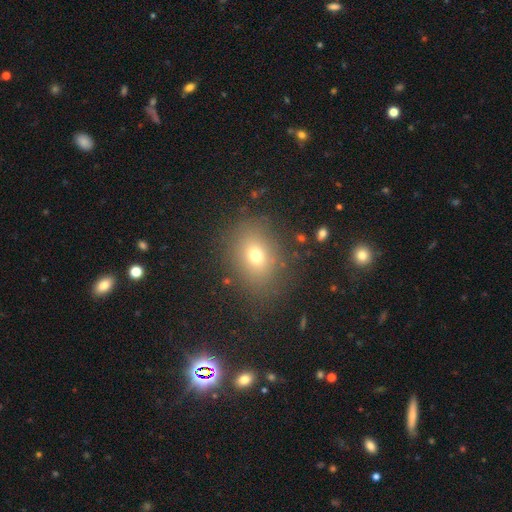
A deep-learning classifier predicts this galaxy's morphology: Smooth or featured?
  - smooth: 69% *
  - star or artifact: 17%
  - featured or disk: 14%
How rounded?
  - in between: 50% *
  - round: 49%
  - cigar-shaped: 1%
Merging?
  - none: 82% *
  - minor disturbance: 11%
  - major disturbance: 6%
  - merger: 2%